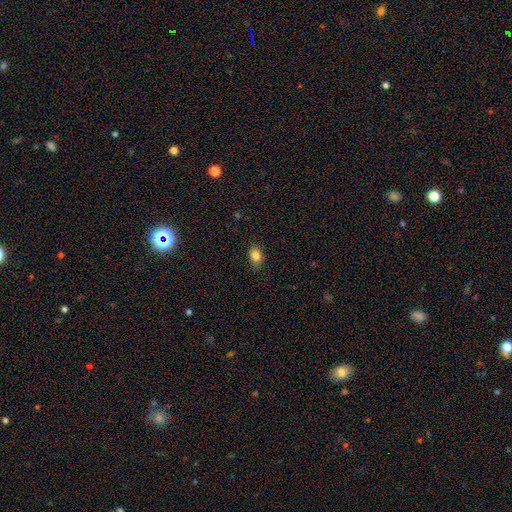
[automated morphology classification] Overall: smooth (84%). How rounded: in between (72%). Merging: none (81%).